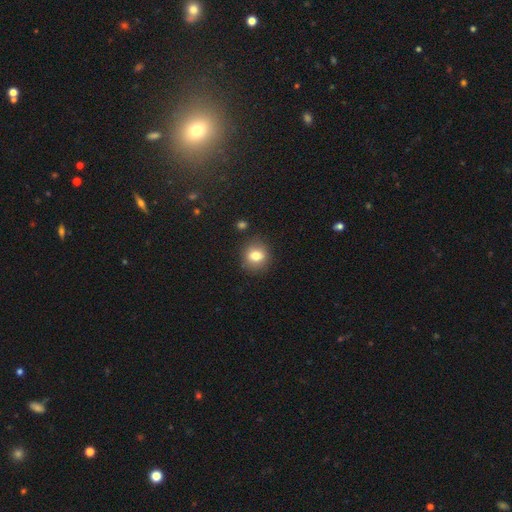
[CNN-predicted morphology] Smooth or featured: smooth — 79% (star or artifact — 11%)
How rounded: round — 76% (in between — 23%)
Merging: none — 85% (minor disturbance — 10%)